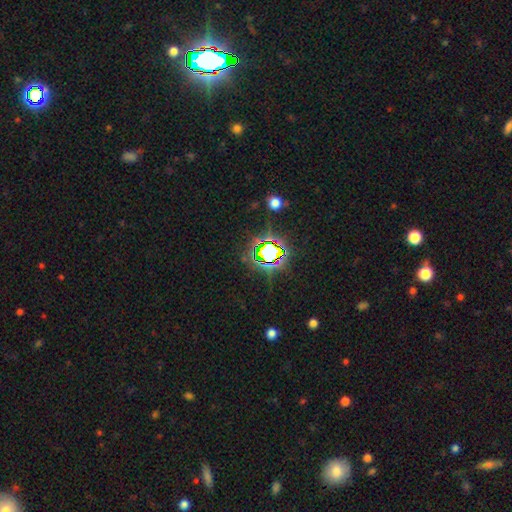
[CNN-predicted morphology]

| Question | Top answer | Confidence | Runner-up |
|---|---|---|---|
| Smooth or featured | star or artifact | 81% | smooth (12%) |